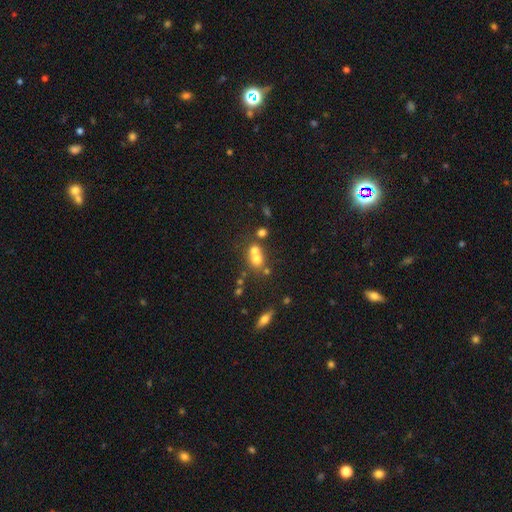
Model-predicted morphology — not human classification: A smooth galaxy with no disk features (64%) that is round (74%). Merging: merger (56%).